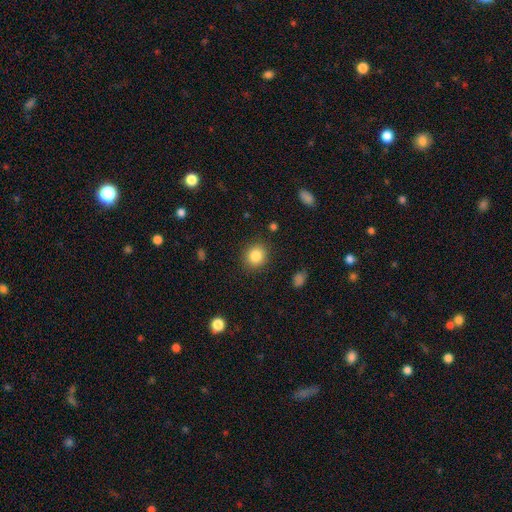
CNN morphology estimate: A smooth galaxy with no disk features (85%) that is round (81%).

Vote fractions:
- Smooth or featured? smooth: 85% / star or artifact: 10% / featured or disk: 5%
- How rounded? round: 81% / in between: 18% / cigar-shaped: 1%
- Merging? none: 88% / minor disturbance: 8% / major disturbance: 3% / merger: 1%